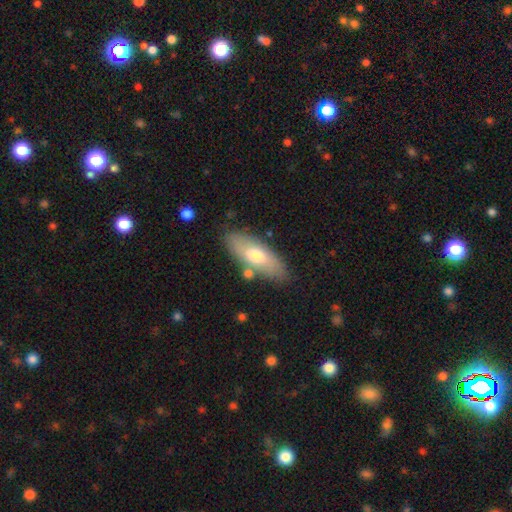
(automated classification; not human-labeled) smooth 64%, featured or disk 30%, star or artifact 6%. Down the decision tree: how rounded — in between (74%); merging — none (79%).